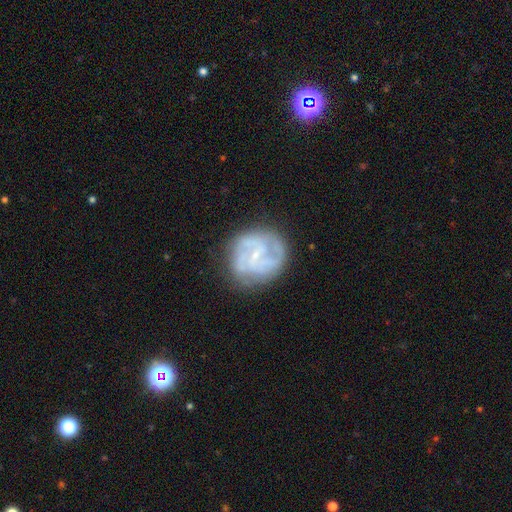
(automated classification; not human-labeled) This is likely a featured or disk galaxy (76%). It is clearly not viewed edge-on (98%). Bar: possibly weak (47%). Spiral arm pattern: clearly yes (86%). Spiral arm count: marginally 2 (32%). Spiral winding: marginally medium (43%). Central bulge: likely small (73%). Merging: likely none (71%).